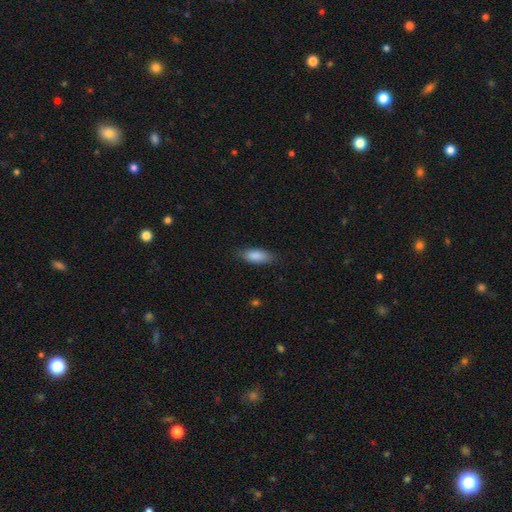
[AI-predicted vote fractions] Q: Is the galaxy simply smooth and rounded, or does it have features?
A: smooth — 87%.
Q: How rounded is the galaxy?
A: in between — 78%.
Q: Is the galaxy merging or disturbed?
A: none — 82%.